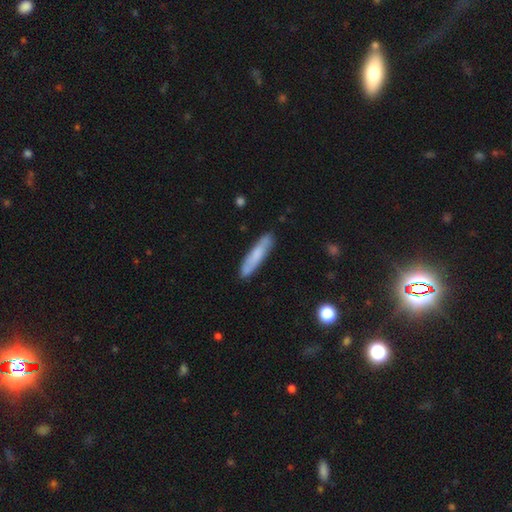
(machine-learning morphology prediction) This appears to be a smooth galaxy with no disk features (66%) that is cigar-shaped (87%). Merging: none (85%).